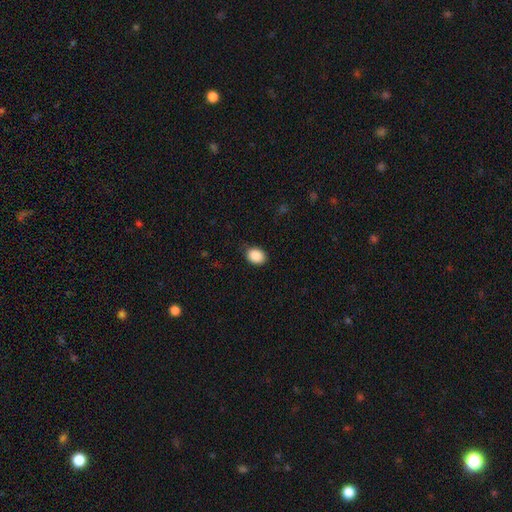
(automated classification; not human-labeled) This is clearly a smooth galaxy (88%). How rounded: possibly in between (53%). Merging: clearly none (84%).